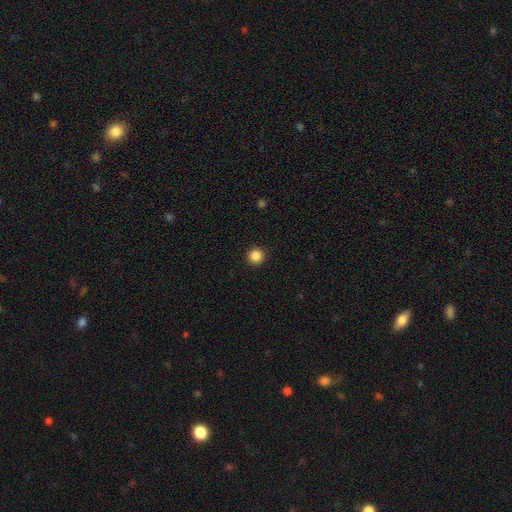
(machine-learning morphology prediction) smooth-or-featured: smooth: 86% | star or artifact: 11% | featured or disk: 3%
  how-rounded: round: 96% | in between: 3% | cigar-shaped: 1%
  merging: none: 93% | minor disturbance: 4% | major disturbance: 2% | merger: 1%